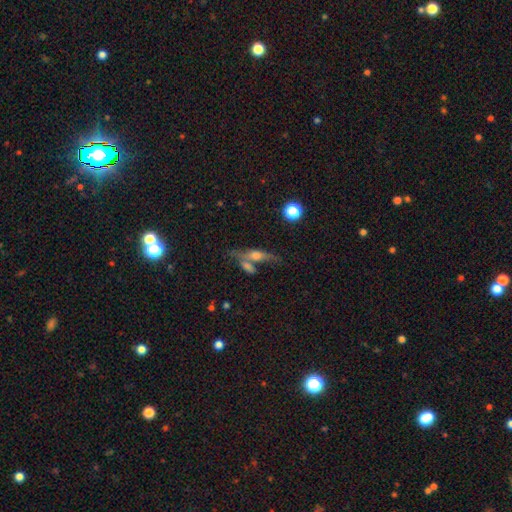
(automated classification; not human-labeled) Smooth or featured? featured or disk (56%)
Edge-on disk? yes (85%)
Merging? none (53%)